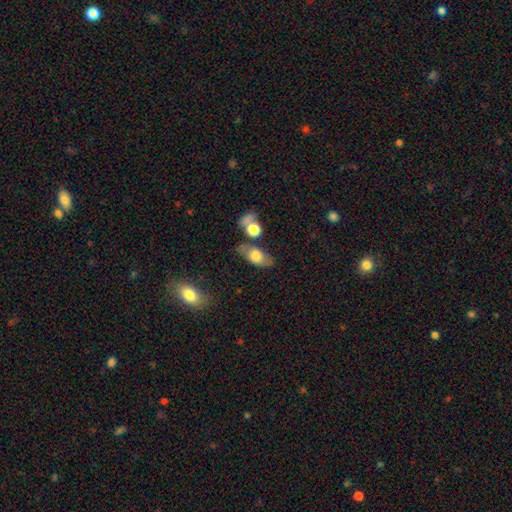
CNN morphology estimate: Smooth or featured? Predicted: smooth (p=0.62). How rounded? Predicted: in between (p=0.81). Merging? Predicted: none (p=0.71).